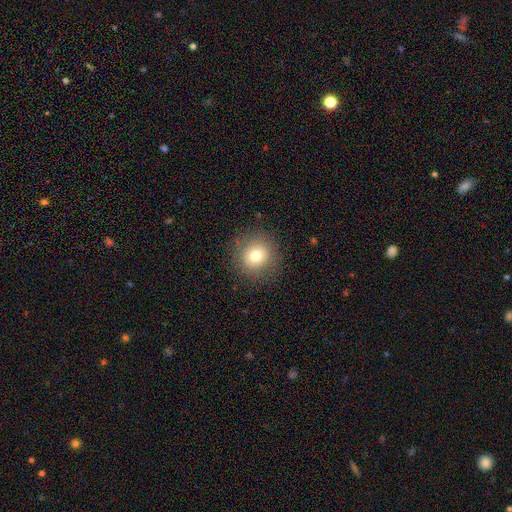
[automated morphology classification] A smooth galaxy with no disk features (75%) that is round (92%). Merging: none (87%).